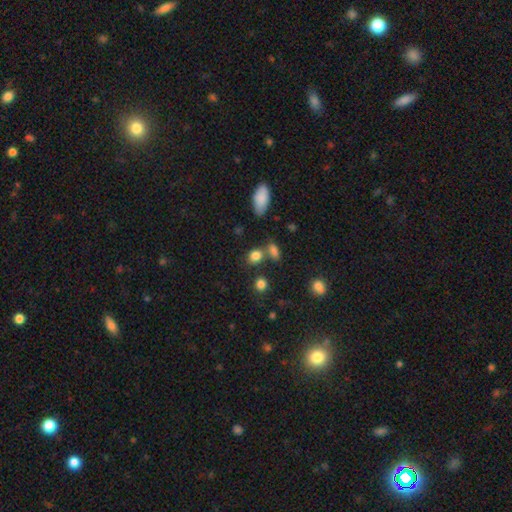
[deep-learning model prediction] This is clearly a smooth galaxy (82%). How rounded: possibly round (50%). Merging: likely none (61%).